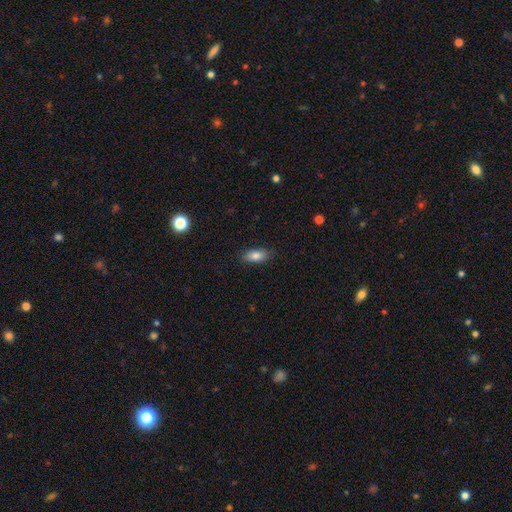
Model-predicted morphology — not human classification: This is clearly a smooth galaxy (82%). How rounded: clearly in between (84%). Merging: clearly none (85%).